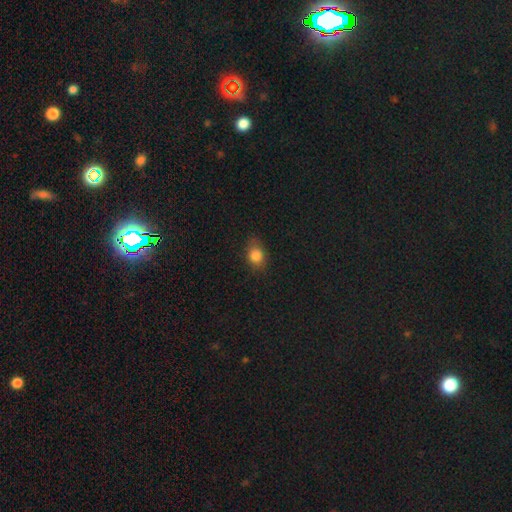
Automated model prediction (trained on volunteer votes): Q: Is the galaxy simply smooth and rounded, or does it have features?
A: smooth — 83%.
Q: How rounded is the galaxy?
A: in between — 56%.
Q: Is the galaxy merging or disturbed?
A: none — 75%.